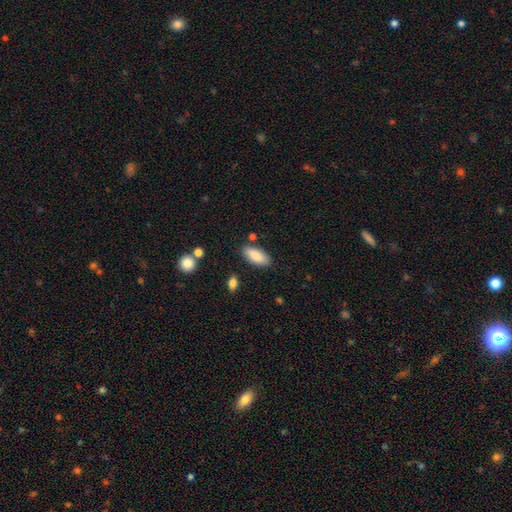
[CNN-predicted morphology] A smooth galaxy with no disk features (87%) that is in between round and cigar-shaped (86%). Merging: none (82%).